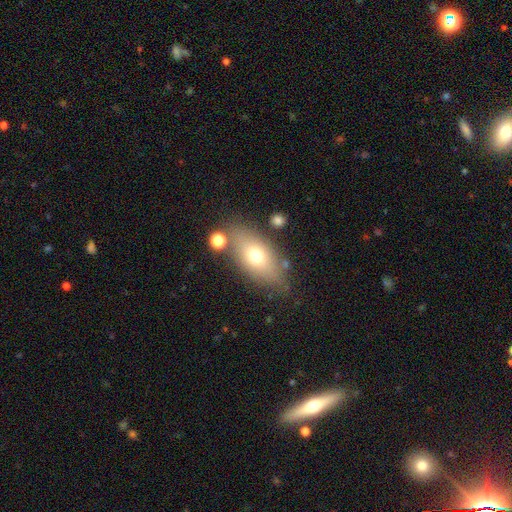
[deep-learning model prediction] Overall: smooth (68%). How rounded: in between (82%). Merging: none (74%).